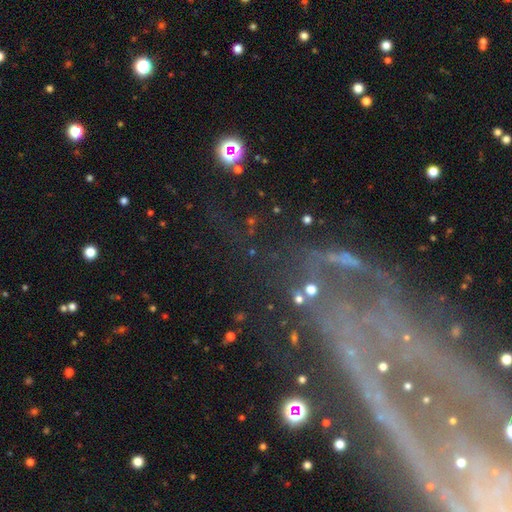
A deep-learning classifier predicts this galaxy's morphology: Smooth or featured: featured or disk — 53% (star or artifact — 32%)
Edge-on disk: no — 82% (yes — 18%)
Merging: none — 56% (major disturbance — 21%)